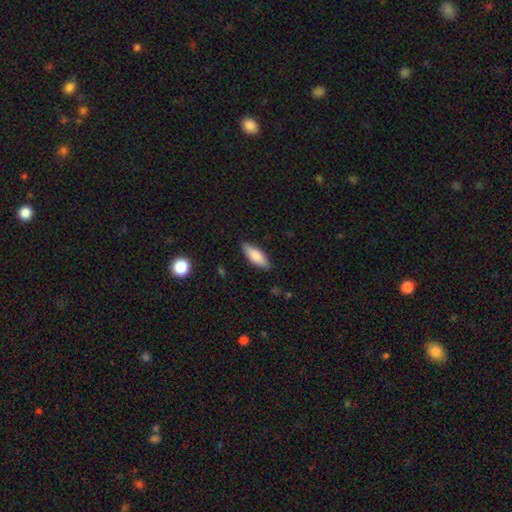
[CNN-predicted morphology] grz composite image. It shows a smooth galaxy with no disk features (79%) that is in between round and cigar-shaped (66%). Merging: none (86%).